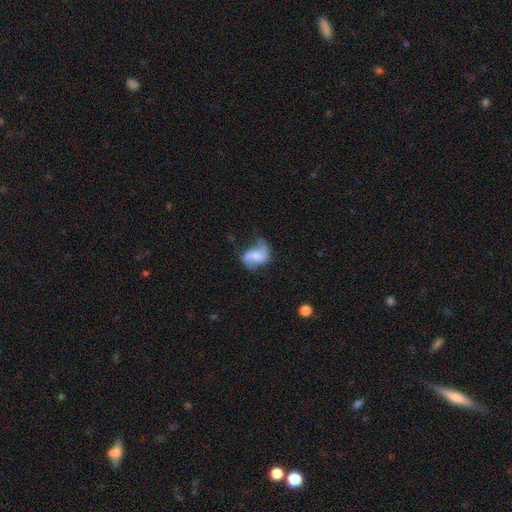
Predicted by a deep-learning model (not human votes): Overall: featured or disk (60%; smooth 32%). Edge-on disk: no (97%). Bar: weak (40%; no 39%). Spiral arms: yes (86%). Bulge size: small (32%; none 31%). Merging: none (46%; minor disturbance 29%).